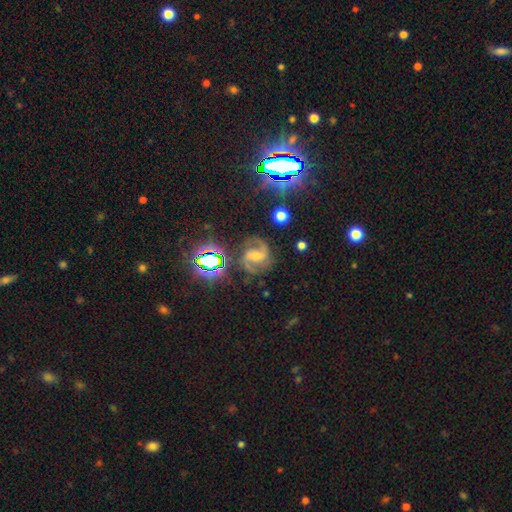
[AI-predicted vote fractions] A featured or disk galaxy (81%) with a weak bar (46%), 2 (91%) medium (61%) spiral arms (97%) and a small central bulge (52%). Merging: none (76%).